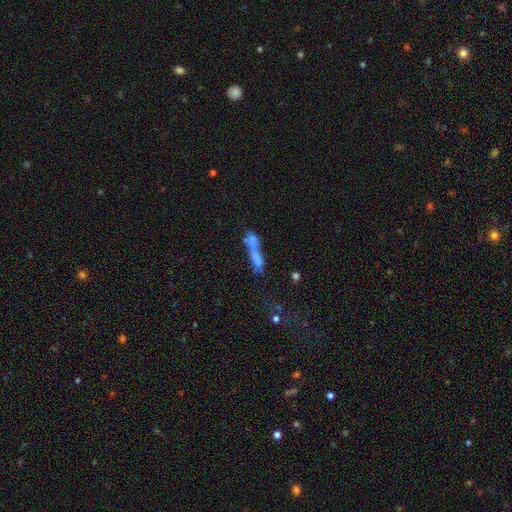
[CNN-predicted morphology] Smooth or featured? smooth (54%)
How rounded? cigar-shaped (75%)
Merging? merger (45%)